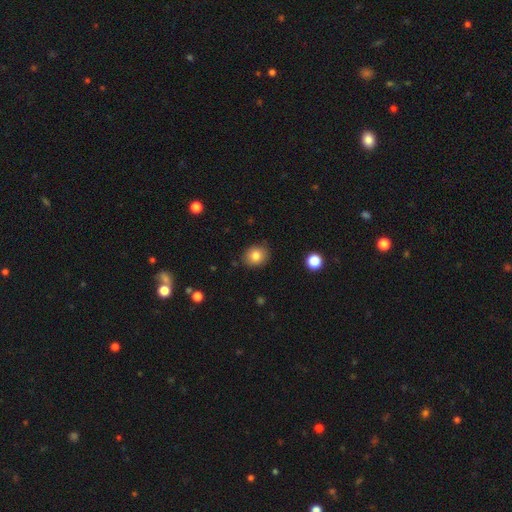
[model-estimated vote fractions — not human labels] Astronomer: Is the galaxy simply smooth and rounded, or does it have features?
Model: smooth — 82%.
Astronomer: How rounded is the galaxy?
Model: round — 69%.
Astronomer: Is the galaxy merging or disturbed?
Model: none — 86%.